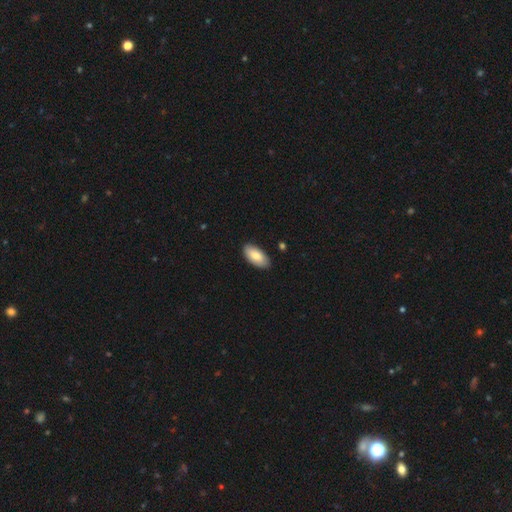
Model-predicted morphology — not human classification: Smooth or featured? Predicted: smooth (p=0.82). How rounded? Predicted: in between (p=0.94). Merging? Predicted: none (p=0.87).